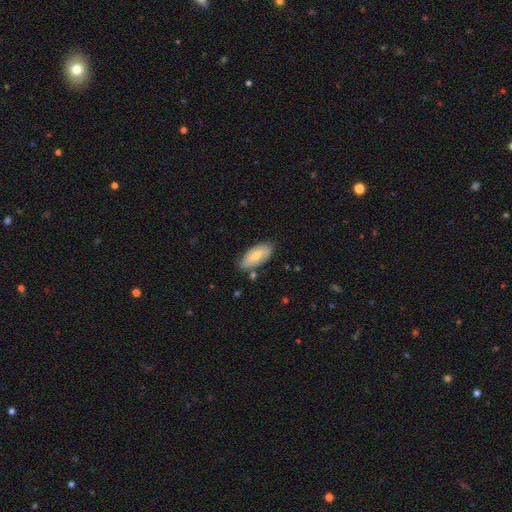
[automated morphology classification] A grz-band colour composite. It shows a smooth galaxy with no disk features (58%) that is in between round and cigar-shaped (89%). Merging: none (77%).